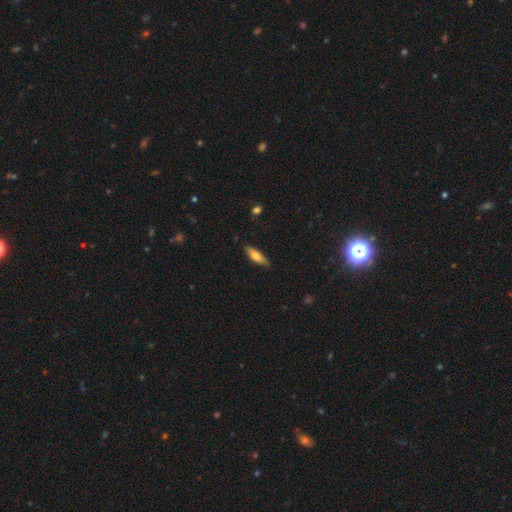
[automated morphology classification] type=smooth (72%); roundness=in between (51%); merging=none (83%).